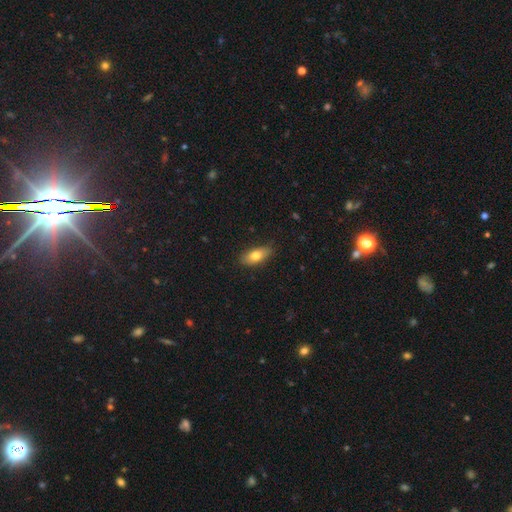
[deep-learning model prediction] Smooth or featured? smooth (75%)
How rounded? in between (83%)
Merging? none (82%)